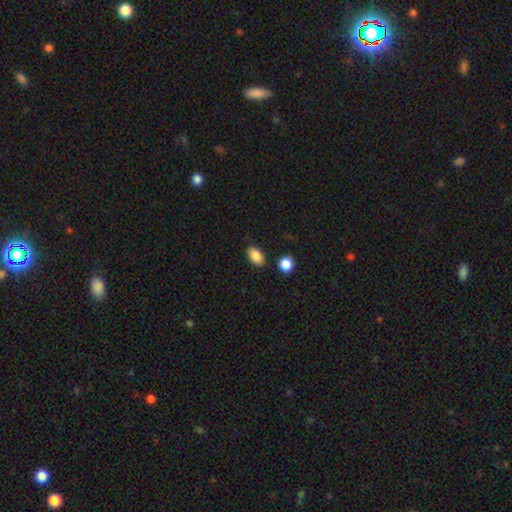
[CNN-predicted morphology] This appears to be a smooth galaxy with no disk features (88%) that is in between round and cigar-shaped (87%). Merging: none (82%).